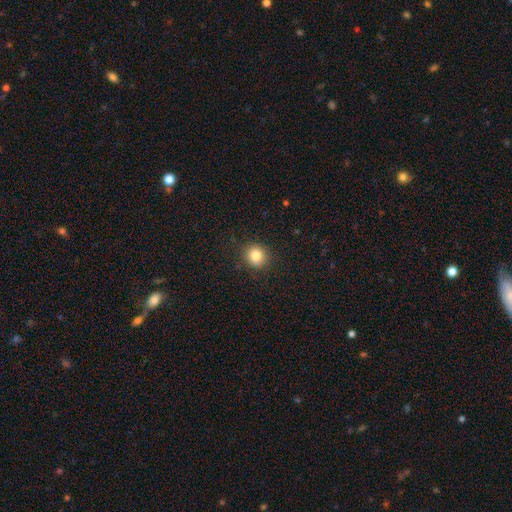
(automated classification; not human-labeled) Q: Smooth or featured?
A: smooth (82%); runner-up: star or artifact (11%)
Q: How rounded?
A: round (89%); runner-up: in between (10%)
Q: Merging?
A: none (89%); runner-up: minor disturbance (7%)